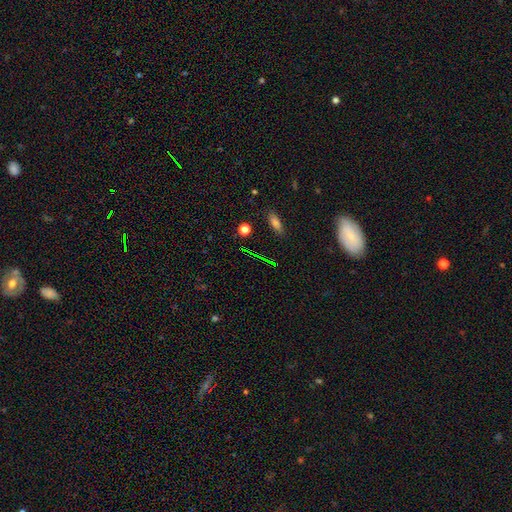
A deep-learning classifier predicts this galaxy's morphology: This appears to be a star or artifact, not a galaxy (54%).